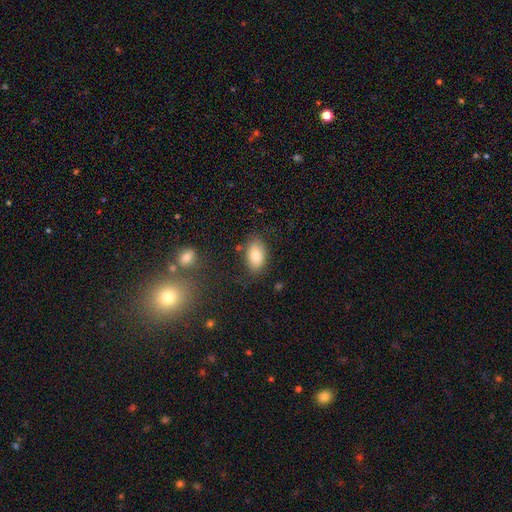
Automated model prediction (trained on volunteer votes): Smooth or featured: smooth — 79% (featured or disk — 13%)
How rounded: in between — 90% (round — 8%)
Merging: none — 79% (minor disturbance — 14%)